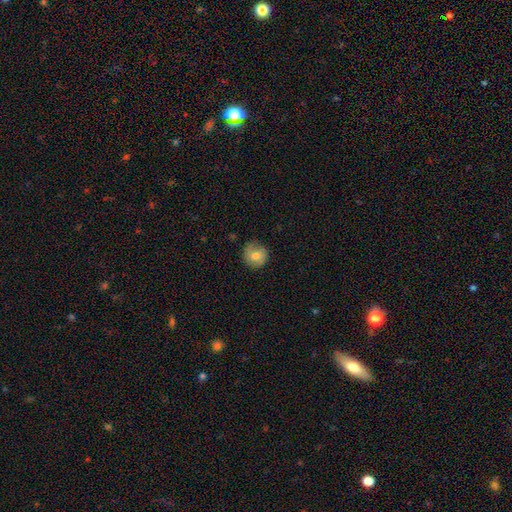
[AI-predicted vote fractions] A smooth galaxy with no disk features (68%) that is round (89%). Merging: none (79%).